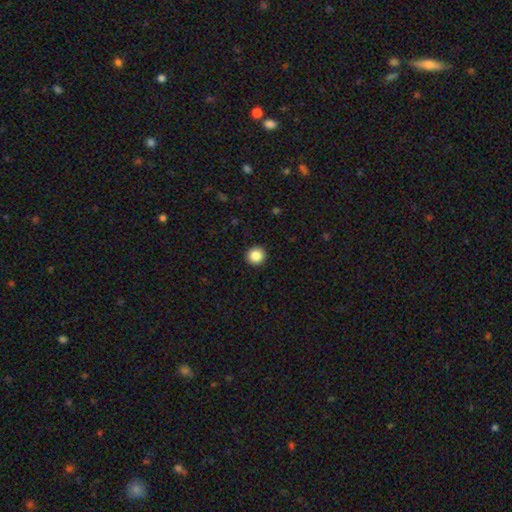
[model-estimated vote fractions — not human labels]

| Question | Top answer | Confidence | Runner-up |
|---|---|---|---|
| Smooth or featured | smooth | 86% | star or artifact (10%) |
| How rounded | round | 95% | in between (4%) |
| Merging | none | 93% | minor disturbance (4%) |